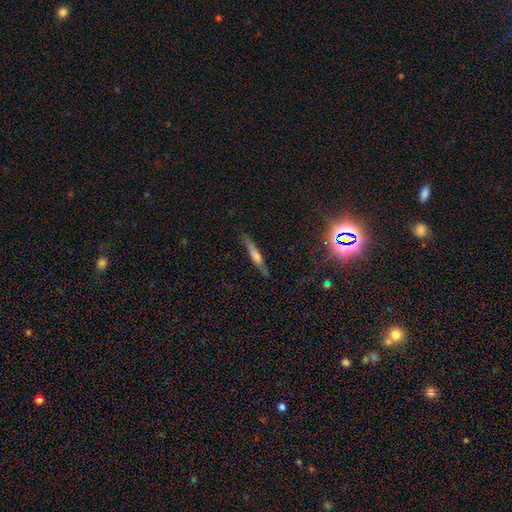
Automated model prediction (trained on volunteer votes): Smooth or featured: featured or disk — 48% (smooth — 38%)
Merging: none — 78% (minor disturbance — 16%)